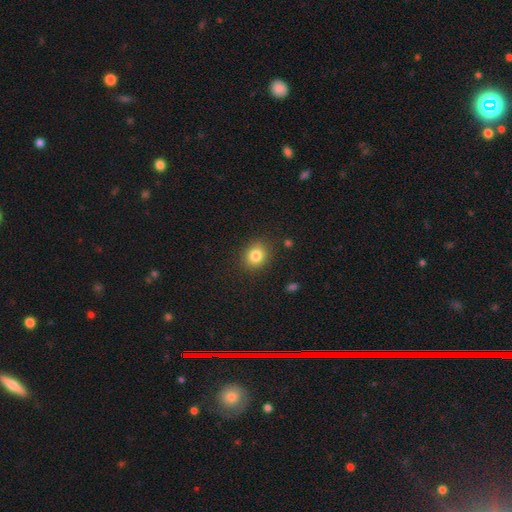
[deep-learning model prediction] Q: Smooth or featured?
A: smooth (83%); runner-up: star or artifact (11%)
Q: How rounded?
A: round (66%); runner-up: in between (33%)
Q: Merging?
A: none (87%); runner-up: minor disturbance (9%)